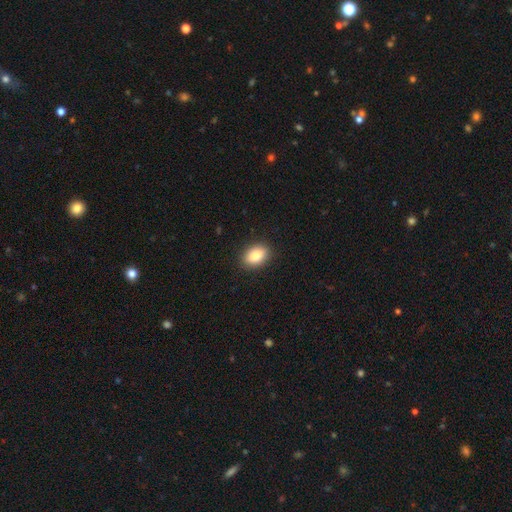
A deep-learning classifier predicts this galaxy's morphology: This appears to be a smooth galaxy with no disk features (85%) that is in between round and cigar-shaped (83%). Merging: none (90%).